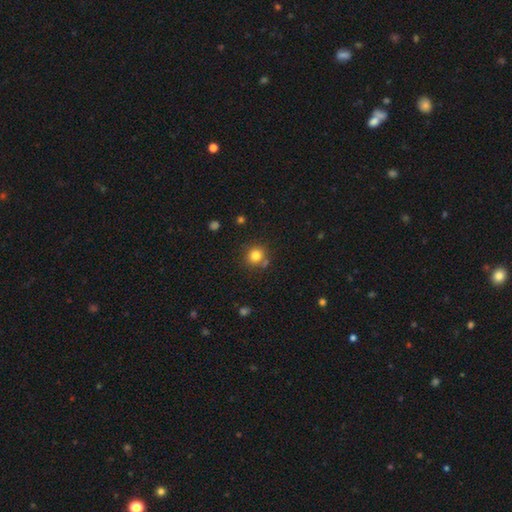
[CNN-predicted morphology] Smooth or featured? smooth (80%)
How rounded? round (89%)
Merging? none (77%)